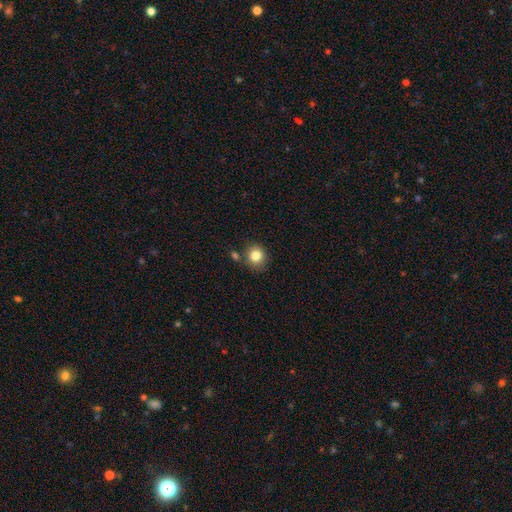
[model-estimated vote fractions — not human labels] Smooth or featured? Predicted: smooth (p=0.82). How rounded? Predicted: round (p=0.82). Merging? Predicted: none (p=0.76).